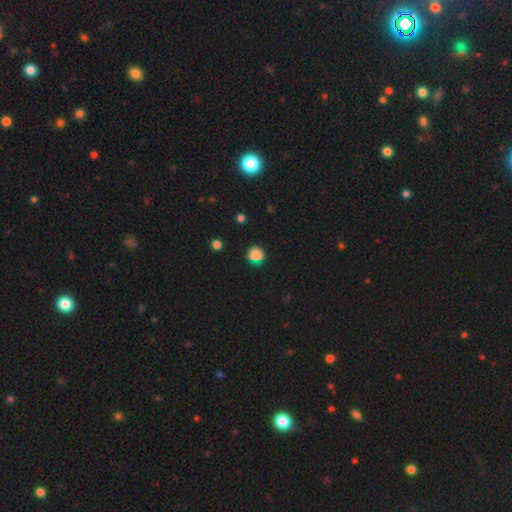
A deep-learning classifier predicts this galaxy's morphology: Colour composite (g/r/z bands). It shows a smooth galaxy with no disk features (78%) that is round (88%). Merging: none (82%).